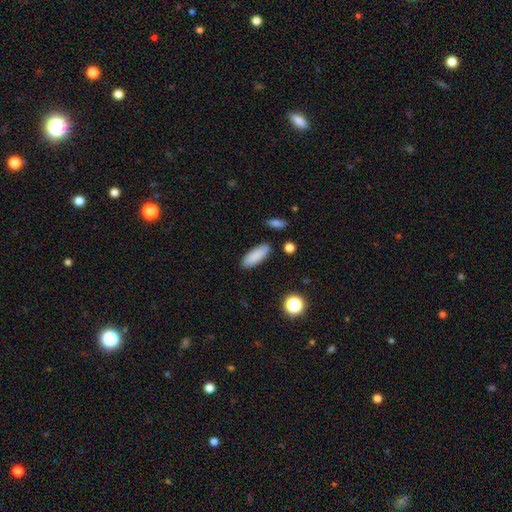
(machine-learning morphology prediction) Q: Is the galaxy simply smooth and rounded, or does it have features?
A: smooth — 87%.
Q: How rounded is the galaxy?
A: in between — 64%.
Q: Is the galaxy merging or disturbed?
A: none — 87%.